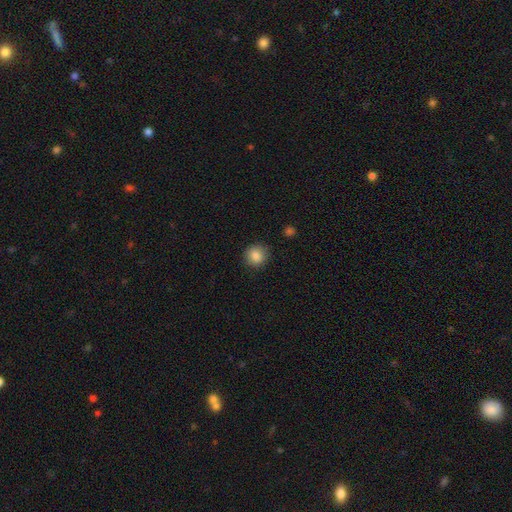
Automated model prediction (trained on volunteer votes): Smooth or featured? Predicted: smooth (p=0.86). How rounded? Predicted: round (p=0.87). Merging? Predicted: none (p=0.87).